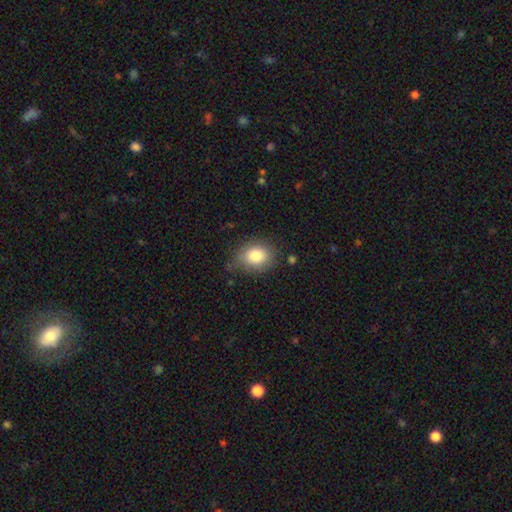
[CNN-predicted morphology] Smooth or featured?
  - smooth: 83% *
  - featured or disk: 9%
  - star or artifact: 9%
How rounded?
  - in between: 57% *
  - round: 42%
  - cigar-shaped: 1%
Merging?
  - none: 68% *
  - minor disturbance: 24%
  - major disturbance: 6%
  - merger: 2%